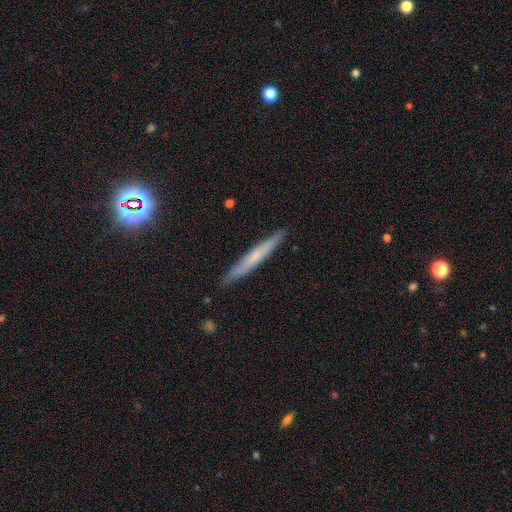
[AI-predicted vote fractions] smooth 50%, featured or disk 43%, star or artifact 7%. Down the decision tree: merging — none (88%).